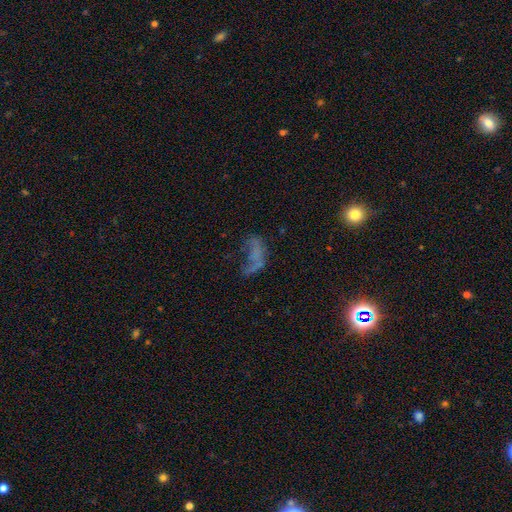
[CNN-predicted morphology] Overall: featured or disk (39%; smooth 36%). Merging: major disturbance (46%; none 29%).